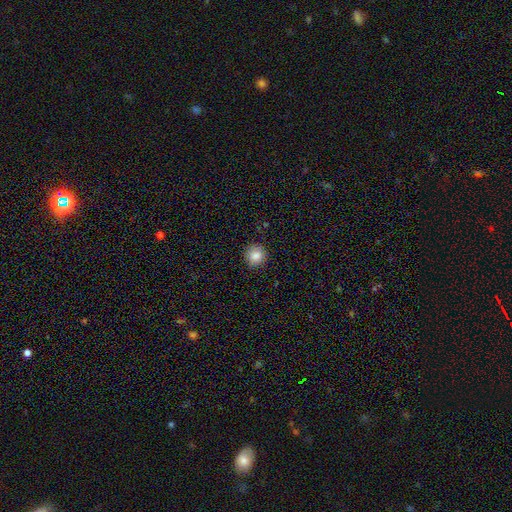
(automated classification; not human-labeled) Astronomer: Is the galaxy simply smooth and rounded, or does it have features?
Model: smooth — 86%.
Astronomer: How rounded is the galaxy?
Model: round — 91%.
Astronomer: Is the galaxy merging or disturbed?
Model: none — 88%.